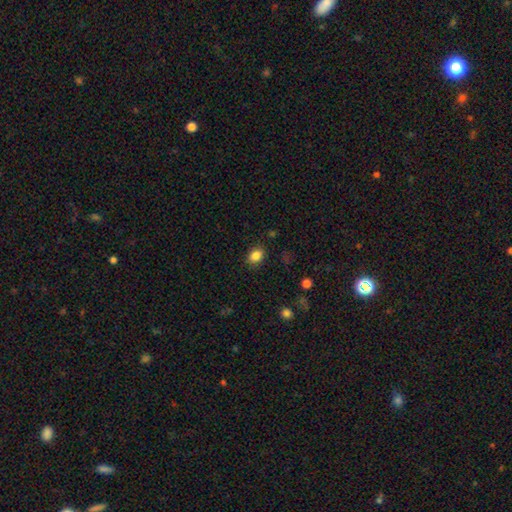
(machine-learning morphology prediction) smooth 85%, star or artifact 10%, featured or disk 5%. Down the decision tree: how rounded — in between (66%); merging — none (85%).